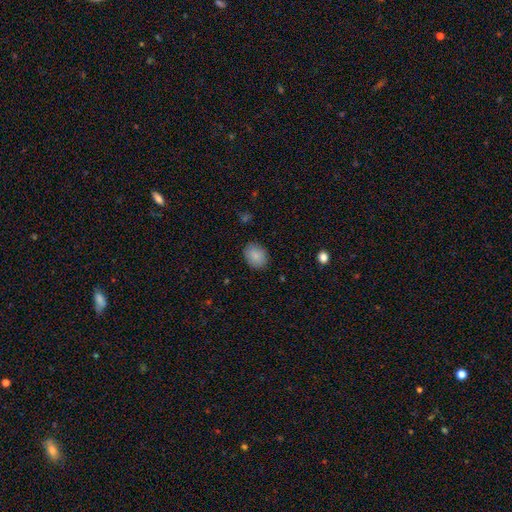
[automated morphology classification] Overall: smooth (88%). How rounded: in between (58%; round 41%). Merging: none (87%).